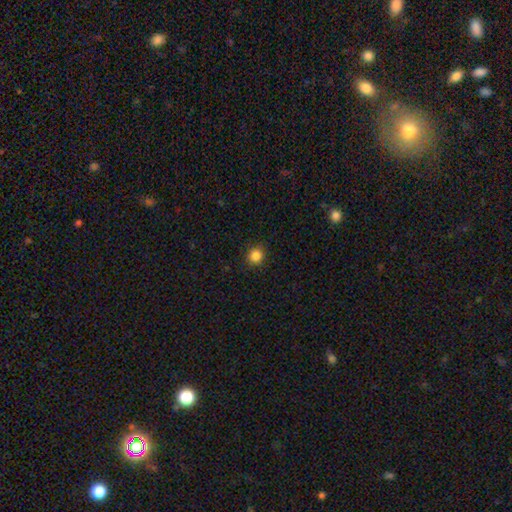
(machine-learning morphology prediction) A smooth galaxy with no disk features (86%) that is round (91%). Merging: none (90%).